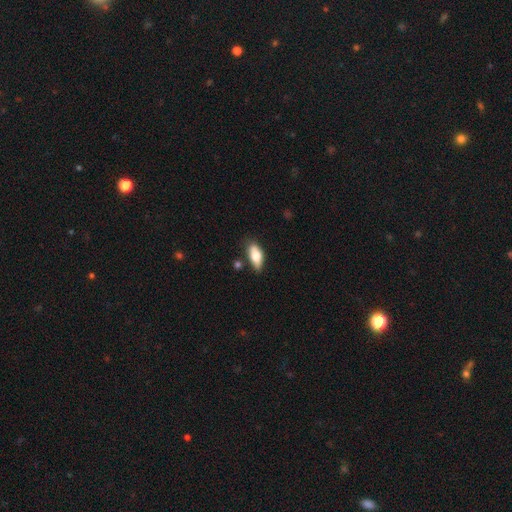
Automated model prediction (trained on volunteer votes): smooth-or-featured: smooth: 69% | featured or disk: 25% | star or artifact: 7%
  how-rounded: in between: 83% | cigar-shaped: 13% | round: 4%
  merging: none: 70% | minor disturbance: 21% | merger: 5% | major disturbance: 5%